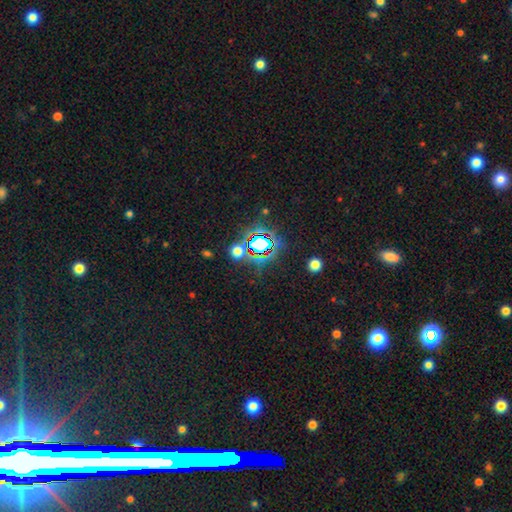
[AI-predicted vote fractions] Overall: star or artifact (78%).